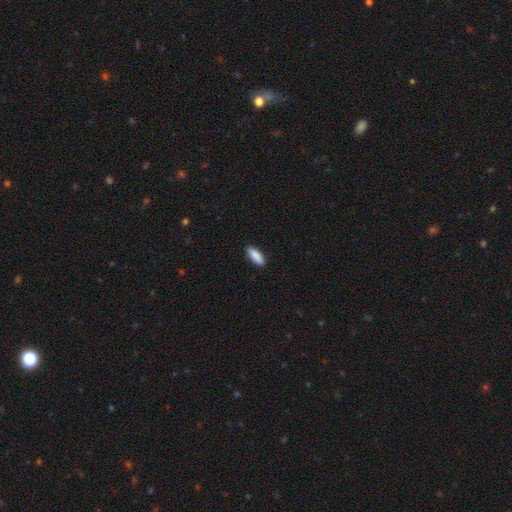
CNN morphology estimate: Smooth or featured? Predicted: smooth (p=0.89). How rounded? Predicted: in between (p=0.67). Merging? Predicted: none (p=0.89).